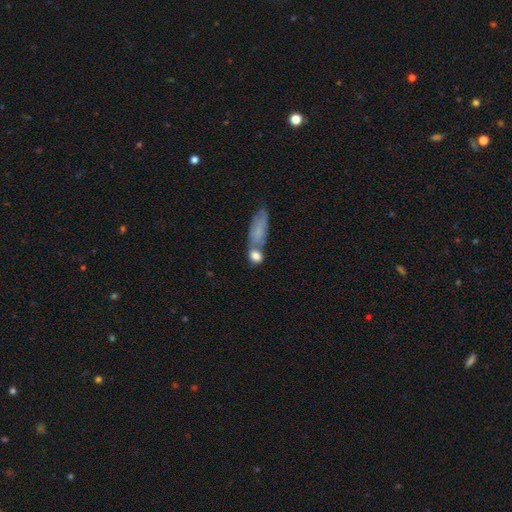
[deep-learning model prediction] A smooth galaxy with no disk features (79%) that is in between round and cigar-shaped (60%). Merging: merger (41%).